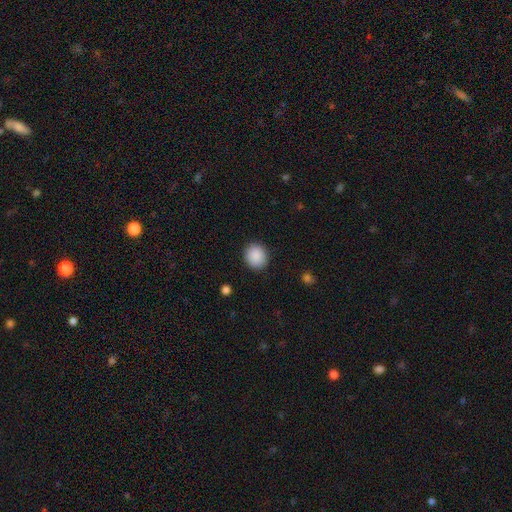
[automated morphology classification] Smooth or featured: smooth — 90% (star or artifact — 8%)
How rounded: round — 84% (in between — 16%)
Merging: none — 90% (minor disturbance — 7%)